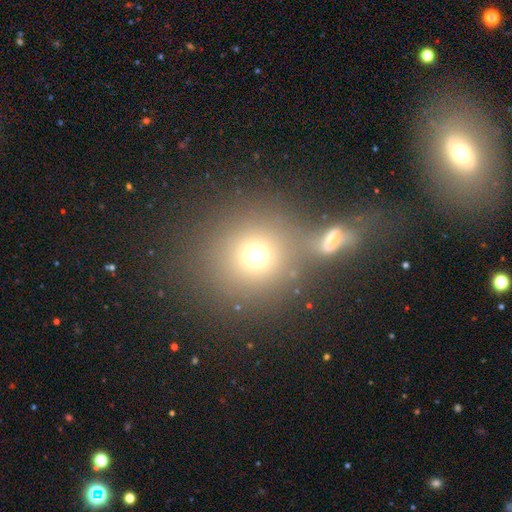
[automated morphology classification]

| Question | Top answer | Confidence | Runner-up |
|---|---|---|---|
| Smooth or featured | smooth | 68% | star or artifact (19%) |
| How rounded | round | 88% | in between (11%) |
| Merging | none | 51% | merger (36%) |